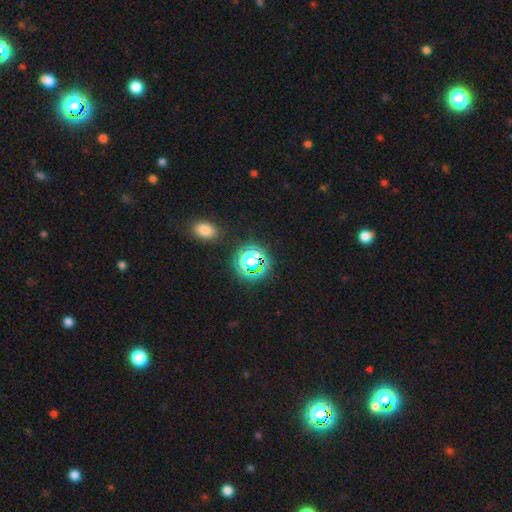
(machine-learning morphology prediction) This appears to be a star or artifact, not a galaxy (62%).